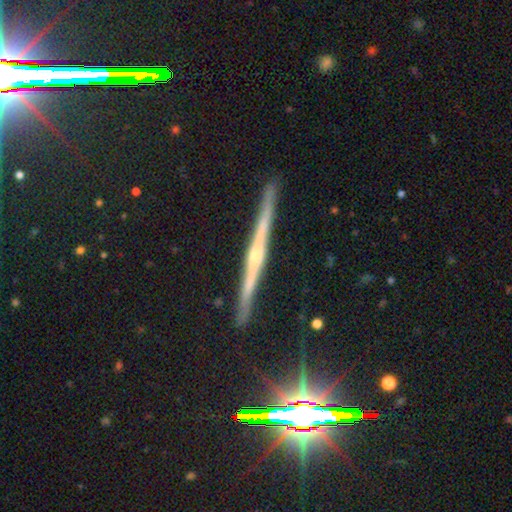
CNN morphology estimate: This is likely a featured or disk galaxy (74%). It is clearly viewed edge-on (98%). Edge-on bulge: likely rounded (65%). Merging: clearly none (91%).